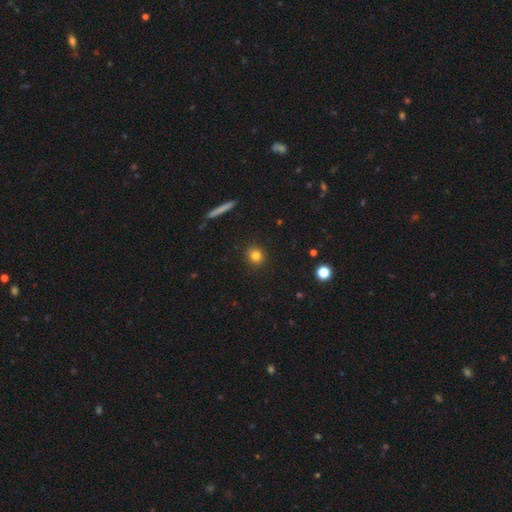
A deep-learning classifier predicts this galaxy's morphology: smooth 81%, star or artifact 11%, featured or disk 8%. Down the decision tree: how rounded — round (90%); merging — none (91%).